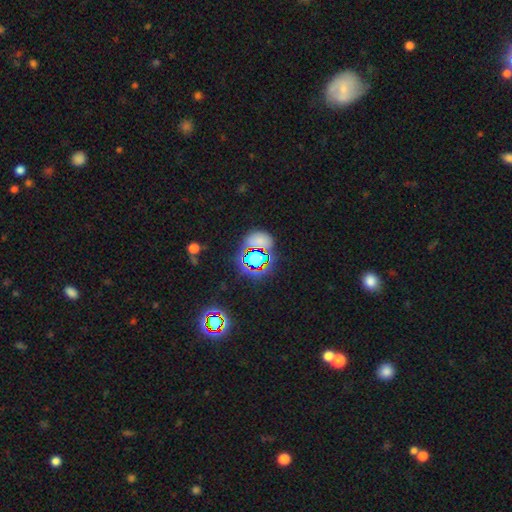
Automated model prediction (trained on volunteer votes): Smooth or featured? star or artifact (54%)